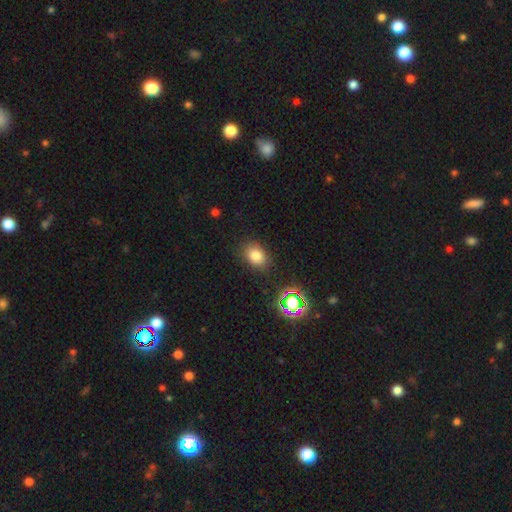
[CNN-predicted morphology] Smooth or featured: smooth — 77% (star or artifact — 15%)
How rounded: in between — 61% (round — 38%)
Merging: none — 83% (minor disturbance — 12%)